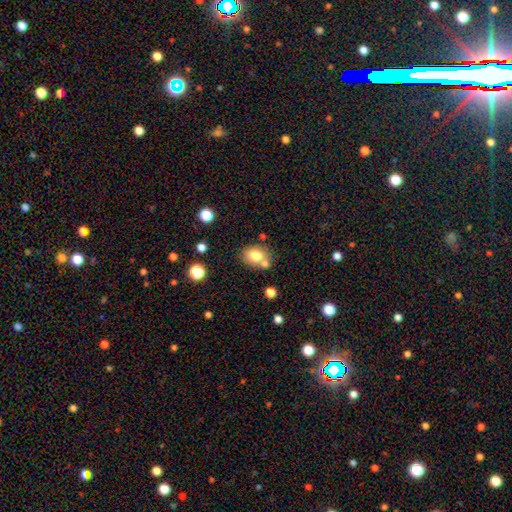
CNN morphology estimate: Overall: smooth (77%). How rounded: round (54%; in between 45%). Merging: none (60%; merger 24%).